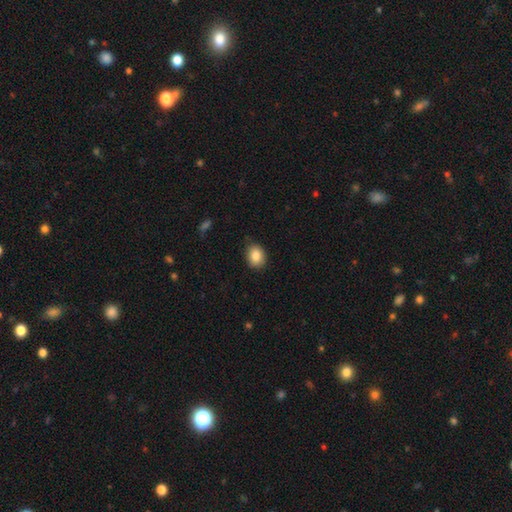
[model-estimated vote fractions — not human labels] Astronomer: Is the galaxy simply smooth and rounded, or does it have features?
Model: smooth — 86%.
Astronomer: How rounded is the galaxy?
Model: in between — 54% (runner-up: round, 45%).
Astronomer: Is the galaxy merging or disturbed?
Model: none — 81%.